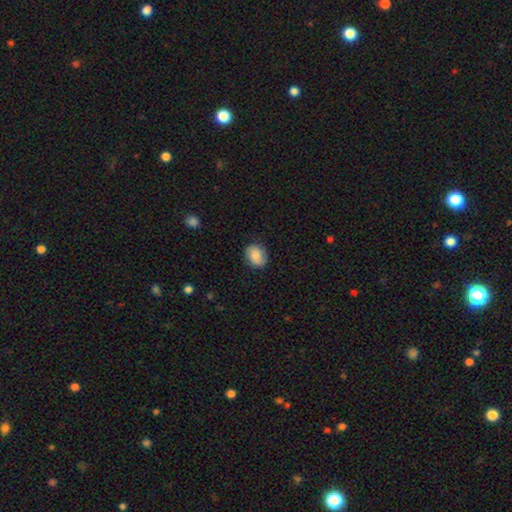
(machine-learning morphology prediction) smooth_or_featured: smooth (p=0.78) [alt: featured or disk p=0.15]
how_rounded: in between (p=0.53) [alt: round p=0.46]
merging: none (p=0.83) [alt: minor disturbance p=0.13]